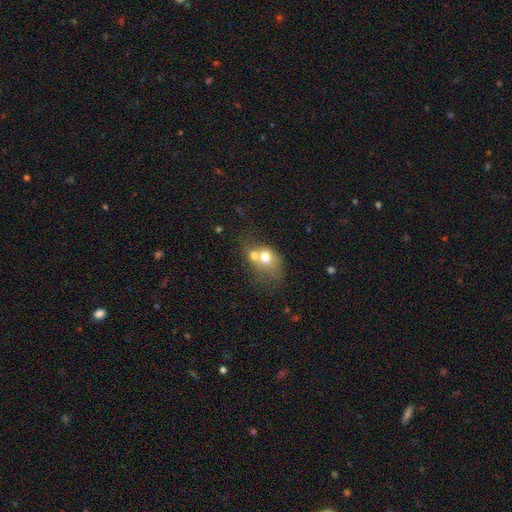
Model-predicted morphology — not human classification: smooth_or_featured: smooth (p=0.59) [alt: featured or disk p=0.24]
how_rounded: round (p=0.54) [alt: in between p=0.45]
merging: merger (p=0.61) [alt: none p=0.21]